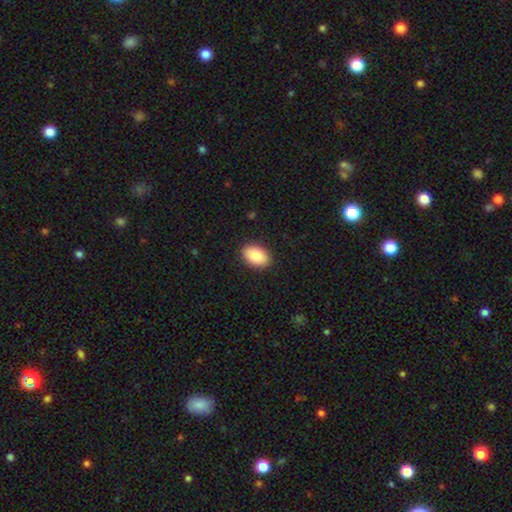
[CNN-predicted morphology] Smooth or featured? smooth (85%)
How rounded? in between (88%)
Merging? none (90%)